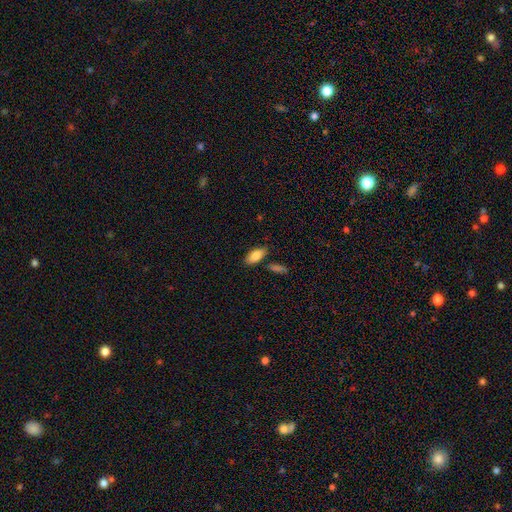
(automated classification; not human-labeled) A smooth galaxy with no disk features (84%) that is in between round and cigar-shaped (89%).

Vote fractions:
- Smooth or featured? smooth: 84% / featured or disk: 10% / star or artifact: 6%
- How rounded? in between: 89% / cigar-shaped: 9% / round: 3%
- Merging? none: 81% / minor disturbance: 12% / merger: 5% / major disturbance: 2%